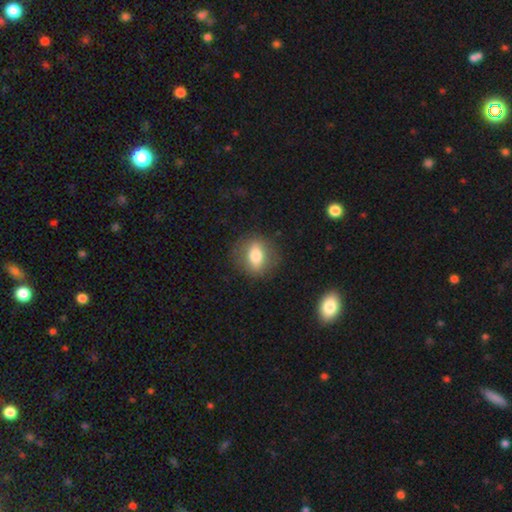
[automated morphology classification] smooth_or_featured: smooth (p=0.69) [alt: featured or disk p=0.22]
how_rounded: in between (p=0.61) [alt: round p=0.34]
merging: none (p=0.83) [alt: minor disturbance p=0.11]